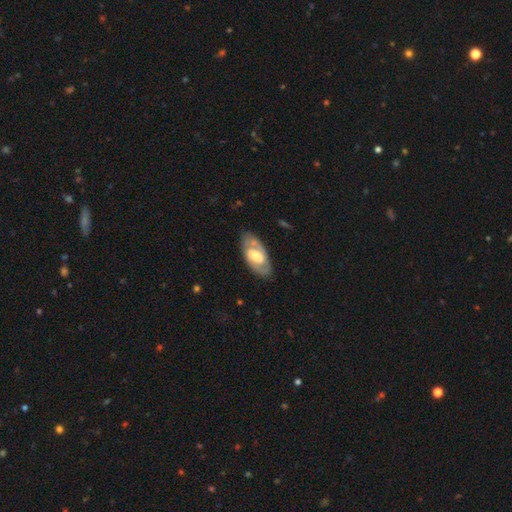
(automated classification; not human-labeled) This appears to be a featured or disk galaxy (68%) with a weak bar (42%), spiral arms (64%) and a moderate central bulge (55%). Merging: none (82%).